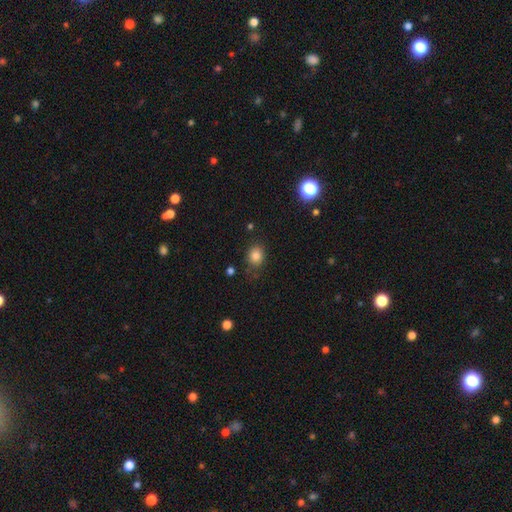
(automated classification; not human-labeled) Morphology: type=smooth (83%); roundness=round (64%); merging=none (76%).